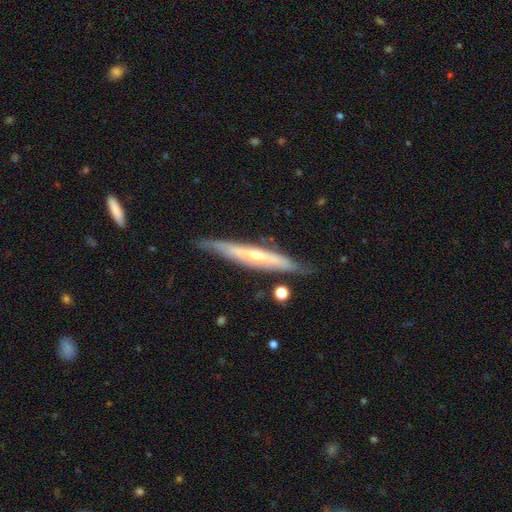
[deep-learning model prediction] smooth_or_featured: featured or disk (p=0.70) [alt: smooth p=0.25]
disk_edge_on: yes (p=0.83) [alt: no p=0.17]
edge_on_bulge: rounded (p=0.69) [alt: none p=0.26]
merging: none (p=0.78) [alt: minor disturbance p=0.16]